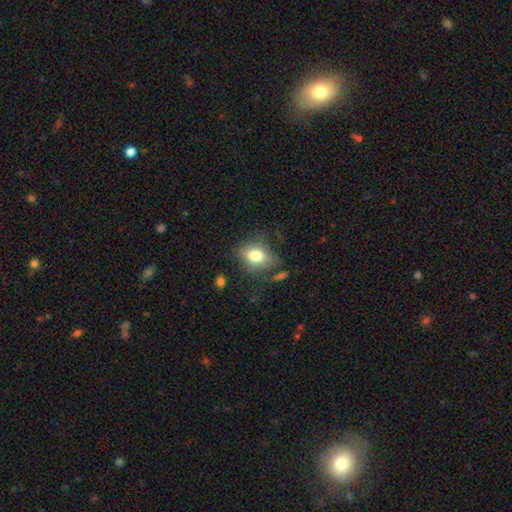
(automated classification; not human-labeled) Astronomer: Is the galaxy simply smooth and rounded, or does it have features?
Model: smooth — 75%.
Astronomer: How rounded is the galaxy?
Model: in between — 60% (runner-up: round, 38%).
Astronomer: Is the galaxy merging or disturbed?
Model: none — 67%.